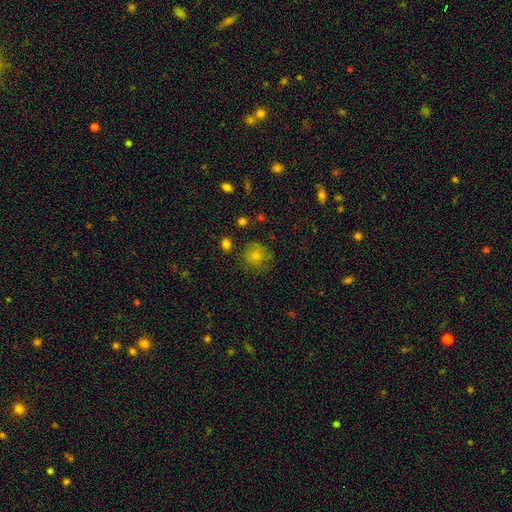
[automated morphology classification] smooth-or-featured: smooth: 67% | star or artifact: 17% | featured or disk: 16%
  how-rounded: round: 90% | in between: 9% | cigar-shaped: 1%
  merging: none: 77% | minor disturbance: 16% | major disturbance: 5% | merger: 2%